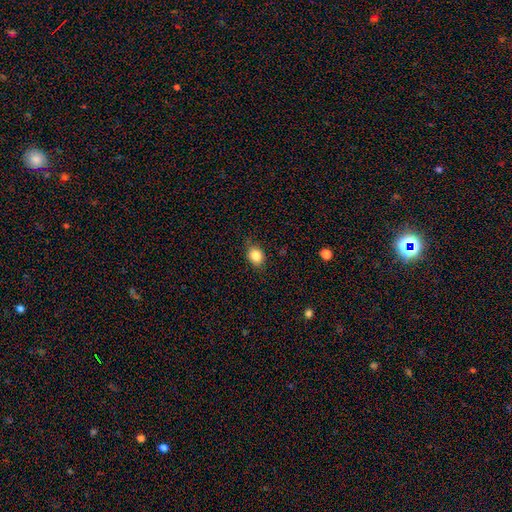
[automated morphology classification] This appears to be a smooth galaxy with no disk features (84%) that is round (50%). Merging: none (80%).